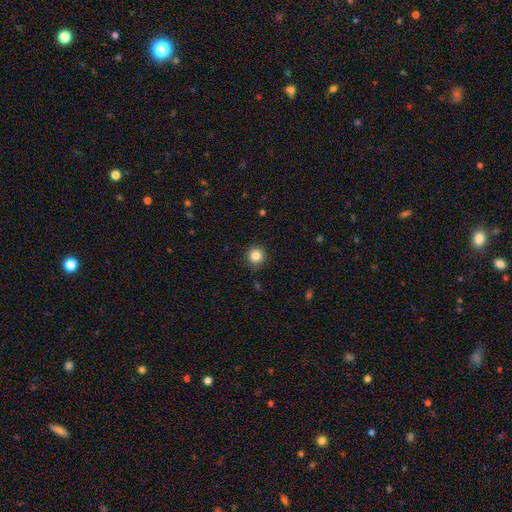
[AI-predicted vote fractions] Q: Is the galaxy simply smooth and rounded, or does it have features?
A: smooth — 85%.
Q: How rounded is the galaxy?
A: round — 95%.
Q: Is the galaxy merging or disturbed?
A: none — 90%.